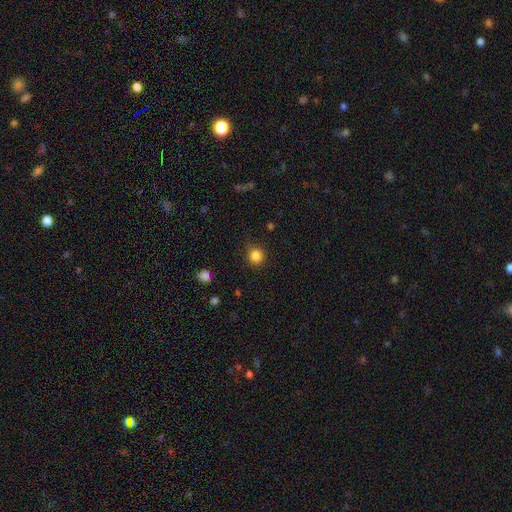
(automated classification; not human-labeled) Overall: smooth (85%). How rounded: round (92%). Merging: none (87%).